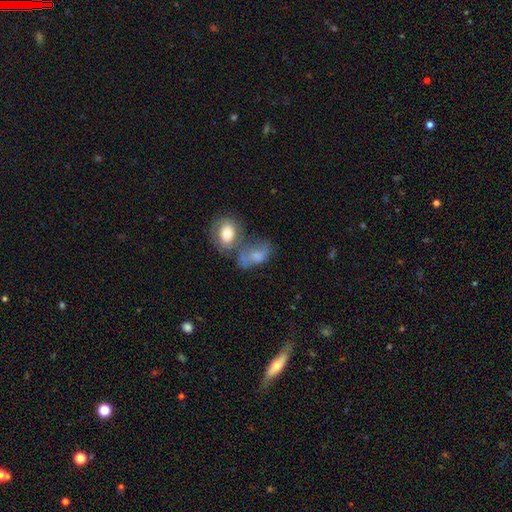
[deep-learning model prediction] smooth-or-featured: smooth: 60% | featured or disk: 30% | star or artifact: 10%
  how-rounded: in between: 82% | round: 15% | cigar-shaped: 3%
  merging: merger: 41% | none: 26% | minor disturbance: 17% | major disturbance: 16%